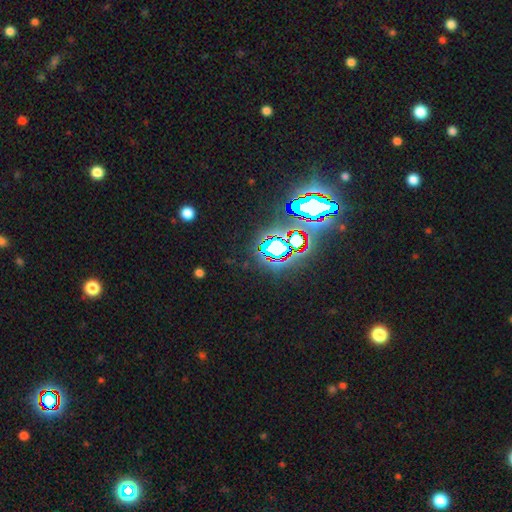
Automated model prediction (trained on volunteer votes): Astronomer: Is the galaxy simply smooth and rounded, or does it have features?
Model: star or artifact — 82%.